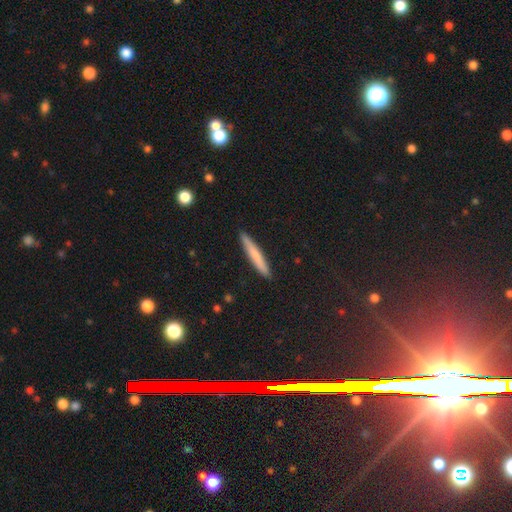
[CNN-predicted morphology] Smooth or featured? Predicted: smooth (p=0.71). How rounded? Predicted: cigar-shaped (p=0.95). Merging? Predicted: none (p=0.91).